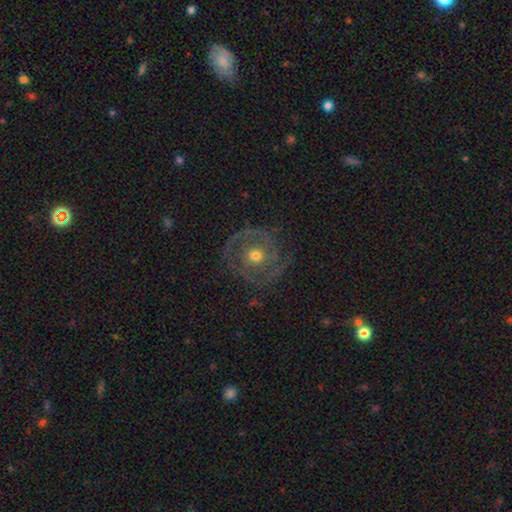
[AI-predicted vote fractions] A featured or disk galaxy (77%) with no bar (79%), 2 (52%) tight (58%) spiral arms (78%) and a moderate central bulge (69%).

Vote fractions:
- Smooth or featured? featured or disk: 77% / smooth: 16% / star or artifact: 7%
- Edge-on disk? no: 97% / yes: 3%
- Bar? no: 79% / weak: 16% / strong: 5%
- Spiral arms? yes: 78% / no: 22%
- Spiral winding? tight: 58% / medium: 31% / loose: 11%
- Spiral arm count? 2: 52% / can't tell: 23% / 3: 10% / 1: 7% / 4: 4% / more than 4: 4%
- Bulge size? moderate: 69% / small: 24% / large: 4% / none: 1% / dominant: 1%
- Merging? none: 76% / minor disturbance: 14% / major disturbance: 8% / merger: 1%